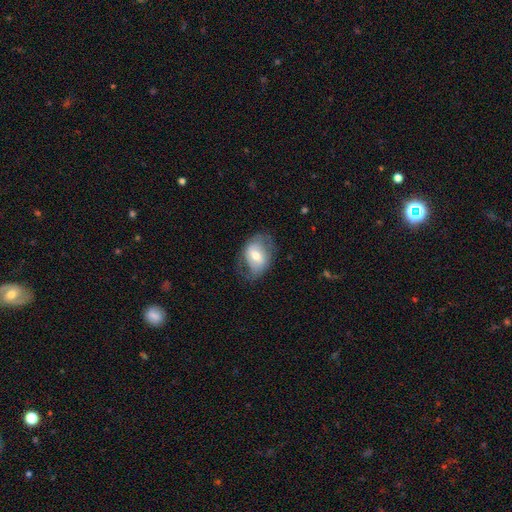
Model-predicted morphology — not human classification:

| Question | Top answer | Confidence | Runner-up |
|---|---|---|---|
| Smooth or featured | featured or disk | 47% | smooth (46%) |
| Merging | none | 62% | minor disturbance (23%) |